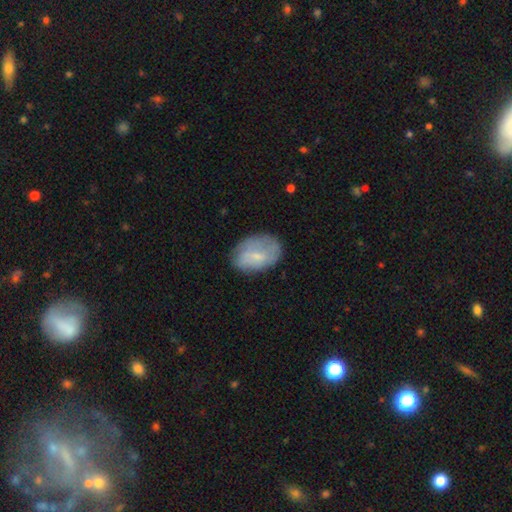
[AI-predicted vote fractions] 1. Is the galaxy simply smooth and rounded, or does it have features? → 62% smooth, 31% featured or disk, 8% star or artifact.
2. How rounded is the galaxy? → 84% in between, 14% round, 1% cigar-shaped.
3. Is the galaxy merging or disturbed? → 66% none, 24% minor disturbance, 8% major disturbance, 2% merger.